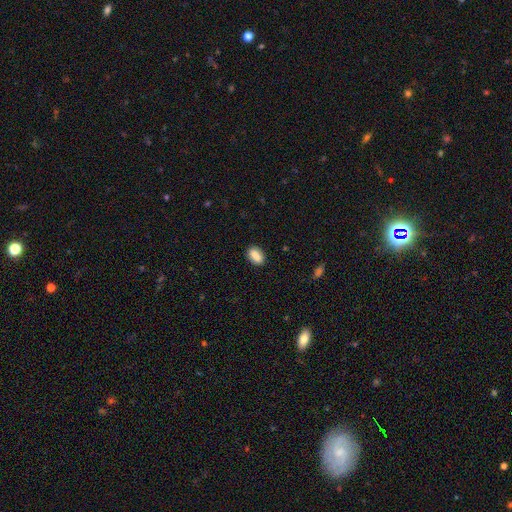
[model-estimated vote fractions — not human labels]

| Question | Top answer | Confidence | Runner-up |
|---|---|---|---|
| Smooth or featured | smooth | 88% | star or artifact (7%) |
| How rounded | in between | 88% | round (7%) |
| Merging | none | 88% | minor disturbance (9%) |